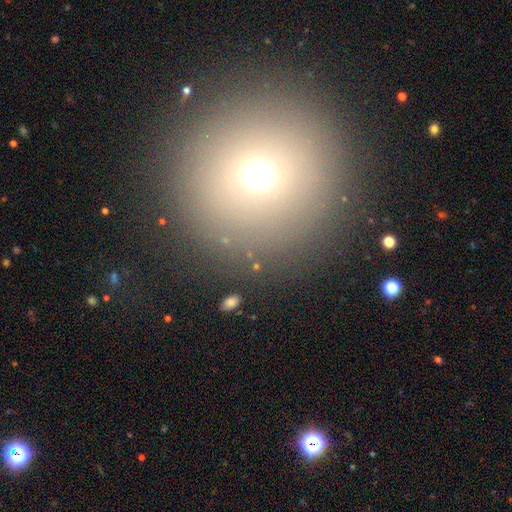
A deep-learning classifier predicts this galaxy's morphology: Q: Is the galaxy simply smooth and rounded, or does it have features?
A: smooth — 60%.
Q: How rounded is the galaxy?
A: round — 95%.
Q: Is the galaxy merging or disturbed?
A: none — 88%.